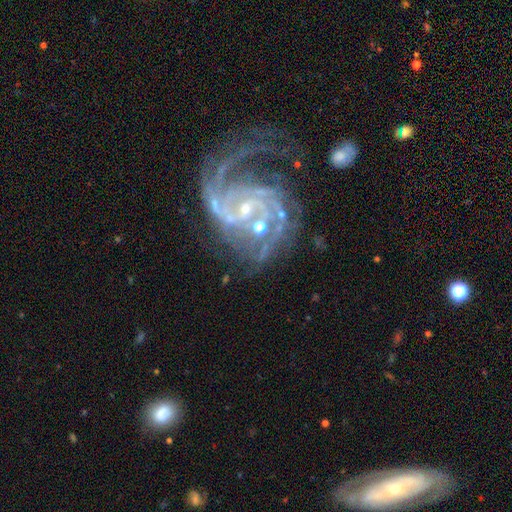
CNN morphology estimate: Smooth or featured? Predicted: featured or disk (p=0.89). Edge-on disk? Predicted: no (p=0.98). Bar? Predicted: no (p=0.49). Spiral arms? Predicted: yes (p=0.97). Spiral winding? Predicted: medium (p=0.46). Spiral arm count? Predicted: 2 (p=0.33). Bulge size? Predicted: small (p=0.79). Merging? Predicted: none (p=0.40).